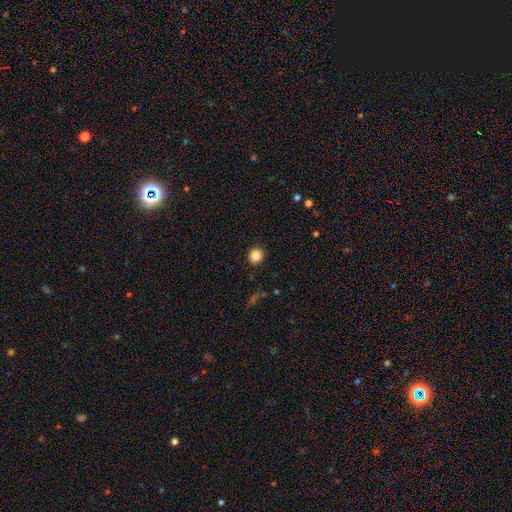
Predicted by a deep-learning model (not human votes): Overall: smooth (86%). How rounded: round (89%). Merging: none (91%).